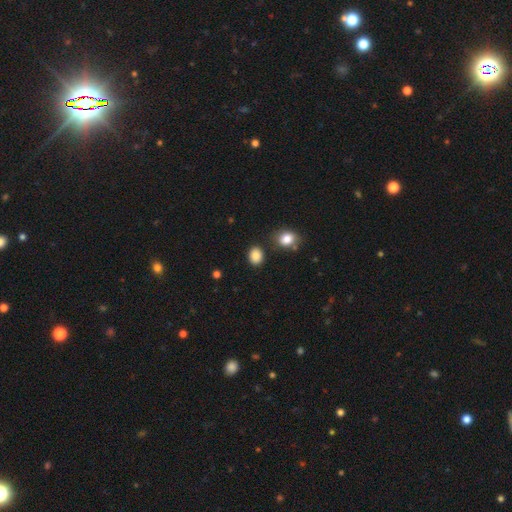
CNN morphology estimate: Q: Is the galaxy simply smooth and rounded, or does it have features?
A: smooth — 87%.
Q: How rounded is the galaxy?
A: in between — 54%.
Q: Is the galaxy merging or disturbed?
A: none — 82%.